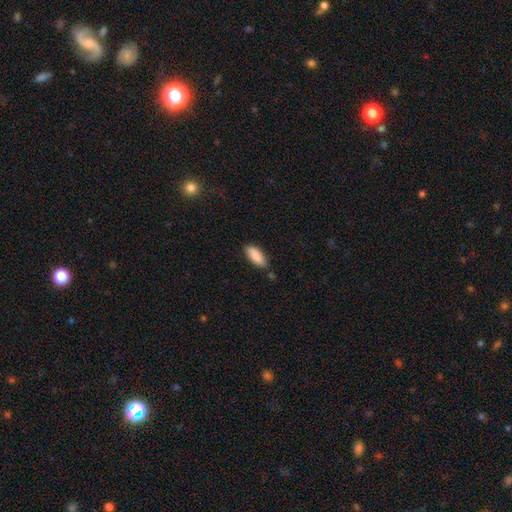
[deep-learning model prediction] Smooth or featured? smooth (89%)
How rounded? in between (81%)
Merging? none (79%)